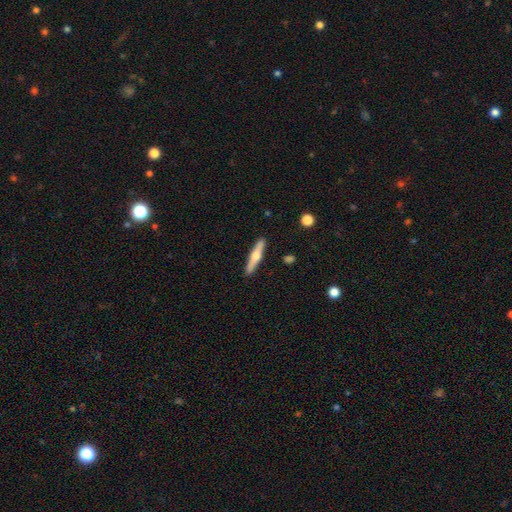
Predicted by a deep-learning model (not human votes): A featured or disk galaxy (55%) viewed edge-on (96%) with a rounded central bulge (91%). Merging: none (90%).